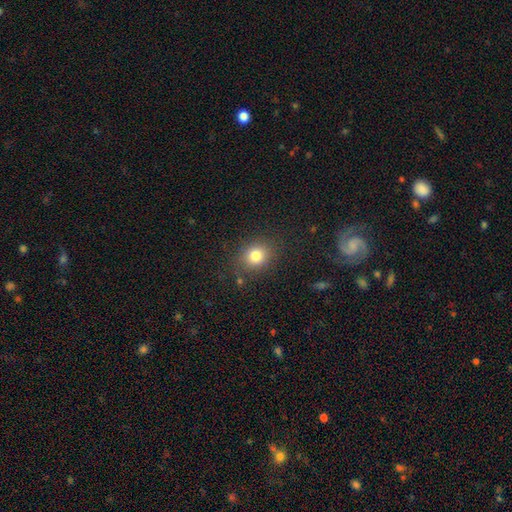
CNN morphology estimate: The model was most divided on "how rounded": round: 66%, in between: 33%, cigar-shaped: 1%. More confident: merging — none (83%); smooth or featured — smooth (80%).